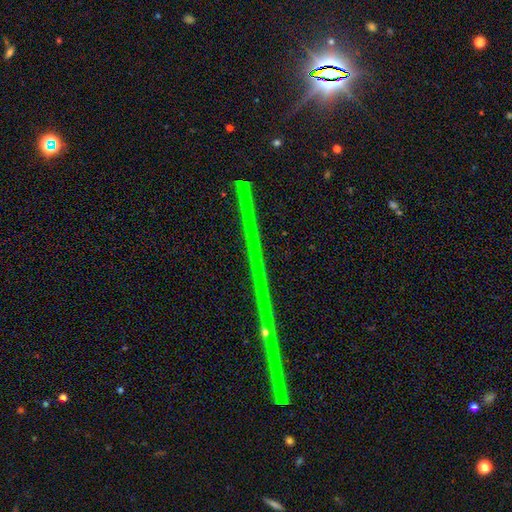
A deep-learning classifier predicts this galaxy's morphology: Smooth or featured?
  - star or artifact: 81% *
  - featured or disk: 15%
  - smooth: 5%